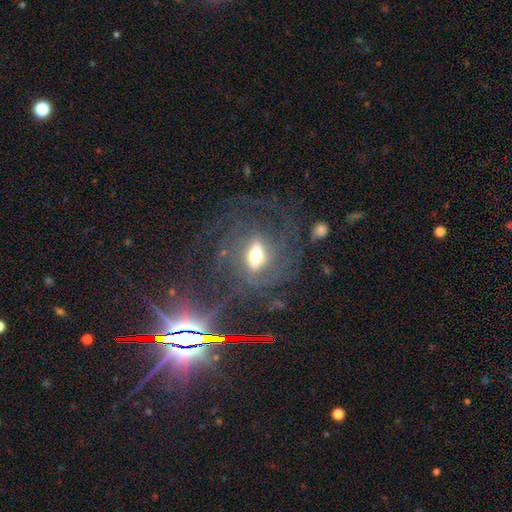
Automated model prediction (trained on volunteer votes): Smooth or featured? Predicted: featured or disk (p=0.80). Edge-on disk? Predicted: no (p=0.87). Bar? Predicted: strong (p=0.53). Spiral arms? Predicted: yes (p=0.87). Spiral winding? Predicted: tight (p=0.43). Spiral arm count? Predicted: can't tell (p=0.35). Bulge size? Predicted: moderate (p=0.55). Merging? Predicted: none (p=0.59).